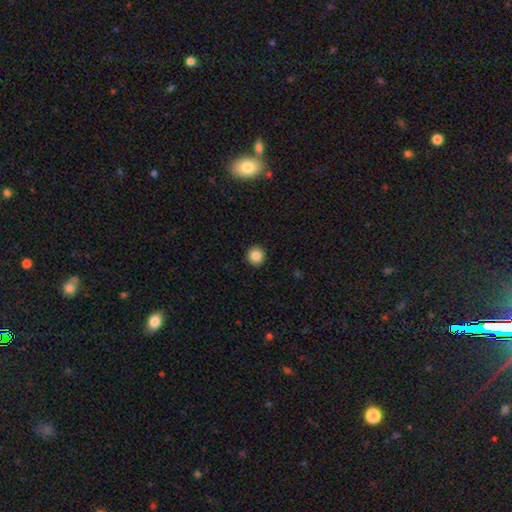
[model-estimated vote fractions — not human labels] This is clearly a smooth galaxy (85%). How rounded: clearly round (94%). Merging: clearly none (93%).